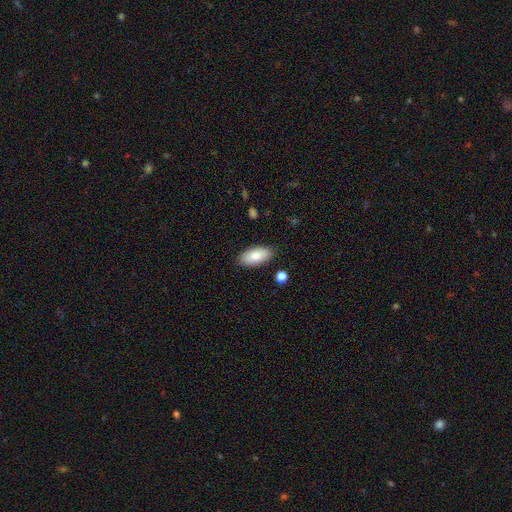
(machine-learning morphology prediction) Smooth or featured? smooth (83%)
How rounded? in between (91%)
Merging? none (85%)